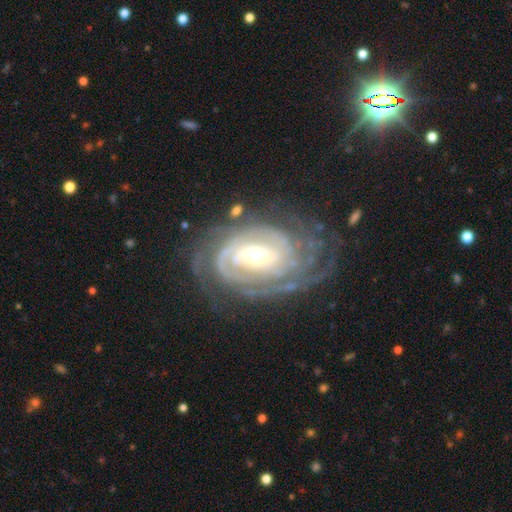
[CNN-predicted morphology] featured or disk 89%, smooth 6%, star or artifact 5%. Down the decision tree: edge-on disk — no (96%); bar — weak (38%); spiral arms — yes (96%); spiral arm count — can't tell (34%); spiral winding — tight (73%); bulge size — moderate (54%); merging — none (65%).